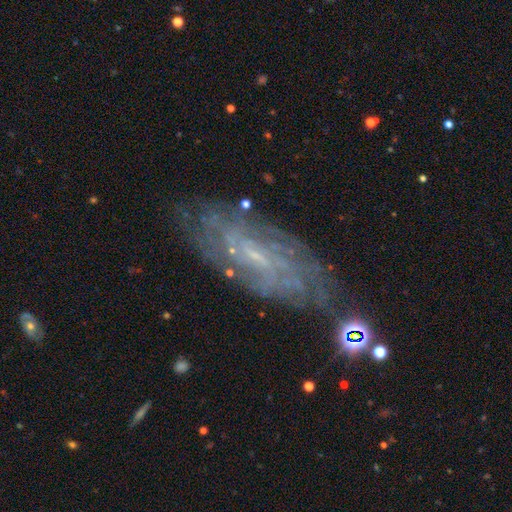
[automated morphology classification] Smooth or featured: featured or disk — 76% (smooth — 14%)
Edge-on disk: no — 88% (yes — 12%)
Bar: weak — 45% (no — 42%)
Spiral arms: yes — 85% (no — 15%)
Spiral winding: tight — 64% (medium — 27%)
Spiral arm count: can't tell — 60% (2 — 11%)
Bulge size: small — 72% (none — 13%)
Merging: none — 74% (minor disturbance — 16%)